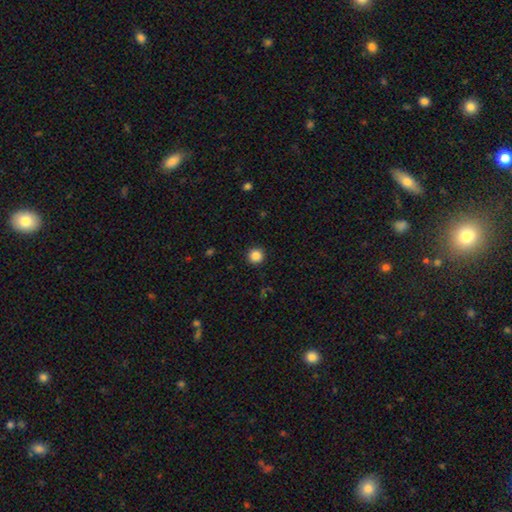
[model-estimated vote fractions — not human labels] Q: Smooth or featured?
A: smooth (86%); runner-up: star or artifact (10%)
Q: How rounded?
A: round (96%); runner-up: in between (3%)
Q: Merging?
A: none (93%); runner-up: minor disturbance (4%)